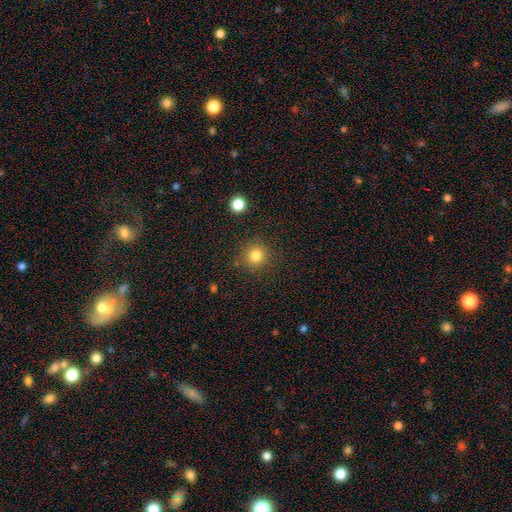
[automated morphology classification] This appears to be a smooth galaxy with no disk features (82%) that is round (93%). Merging: none (87%).